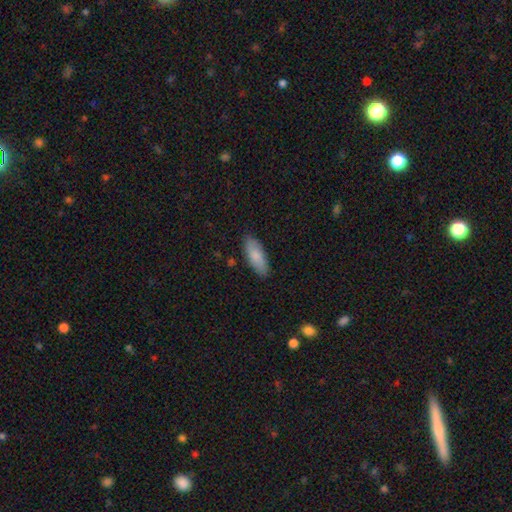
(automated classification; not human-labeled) Q: Smooth or featured?
A: smooth (82%); runner-up: featured or disk (12%)
Q: How rounded?
A: in between (74%); runner-up: cigar-shaped (24%)
Q: Merging?
A: none (86%); runner-up: minor disturbance (10%)